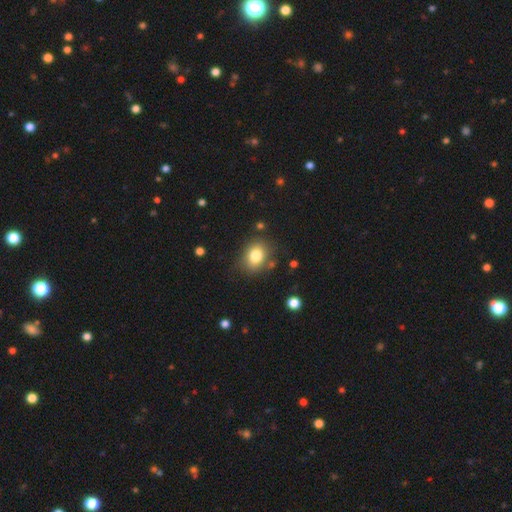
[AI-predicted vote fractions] Smooth or featured? Predicted: smooth (p=0.81). How rounded? Predicted: in between (p=0.57). Merging? Predicted: none (p=0.79).